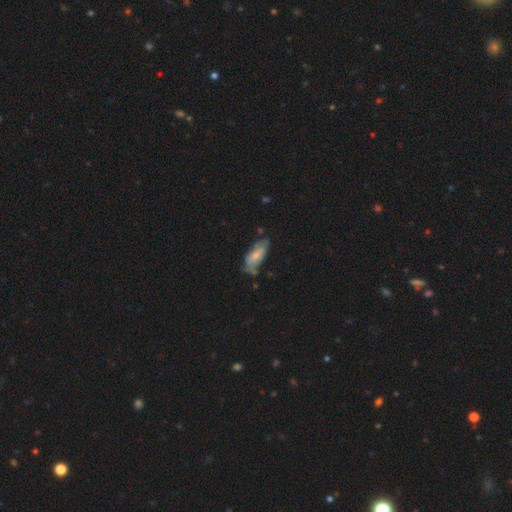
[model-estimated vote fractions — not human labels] This is possibly a smooth galaxy (59%). How rounded: likely in between (78%). Merging: possibly none (50%).